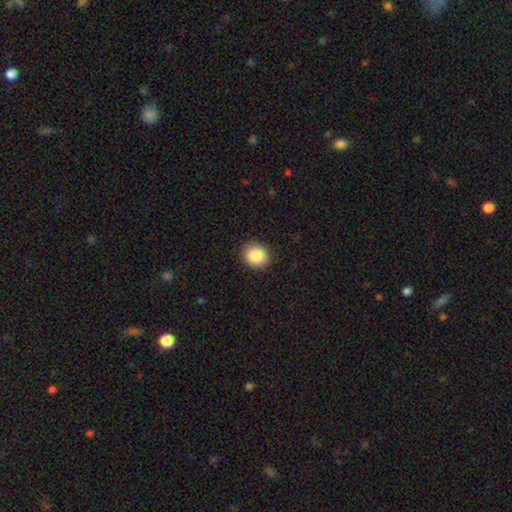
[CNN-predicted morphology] Smooth or featured?
  - smooth: 88% *
  - star or artifact: 8%
  - featured or disk: 4%
How rounded?
  - round: 77% *
  - in between: 22%
  - cigar-shaped: 1%
Merging?
  - none: 90% *
  - minor disturbance: 7%
  - major disturbance: 2%
  - merger: 1%